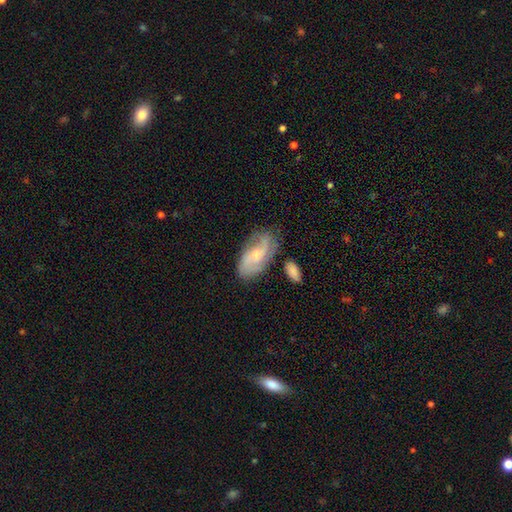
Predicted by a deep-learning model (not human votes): Smooth or featured: featured or disk — 72% (smooth — 22%)
Edge-on disk: no — 95% (yes — 5%)
Bar: no — 56% (weak — 36%)
Spiral arms: yes — 93% (no — 7%)
Spiral winding: medium — 46% (loose — 28%)
Spiral arm count: 2 — 60% (can't tell — 17%)
Bulge size: small — 64% (moderate — 28%)
Merging: none — 64% (minor disturbance — 21%)